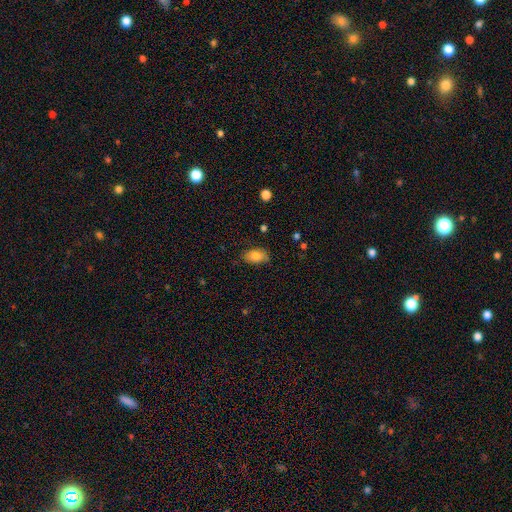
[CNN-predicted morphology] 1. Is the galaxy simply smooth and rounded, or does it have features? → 81% smooth, 11% featured or disk, 8% star or artifact.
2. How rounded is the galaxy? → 91% in between, 7% round, 2% cigar-shaped.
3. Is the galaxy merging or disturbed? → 75% none, 20% minor disturbance, 4% major disturbance, 1% merger.